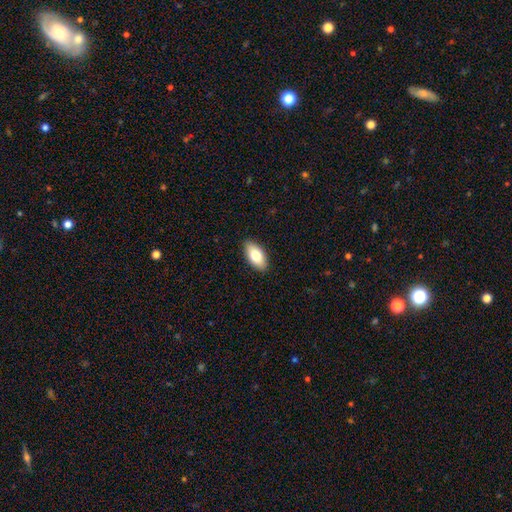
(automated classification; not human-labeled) Overall: smooth (78%). How rounded: in between (92%). Merging: none (90%).